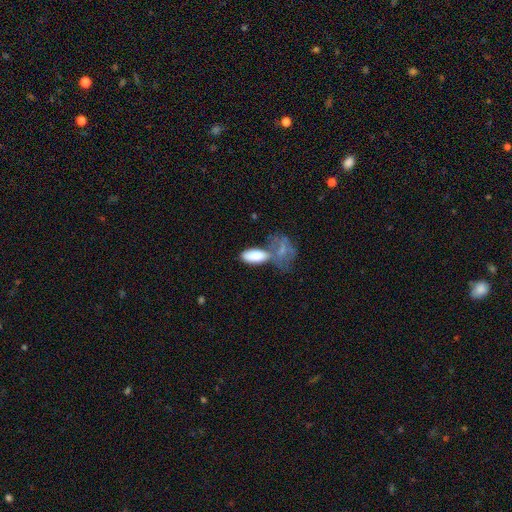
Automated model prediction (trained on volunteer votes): This is clearly a smooth galaxy (82%). How rounded: clearly in between (91%). Merging: marginally merger (41%).